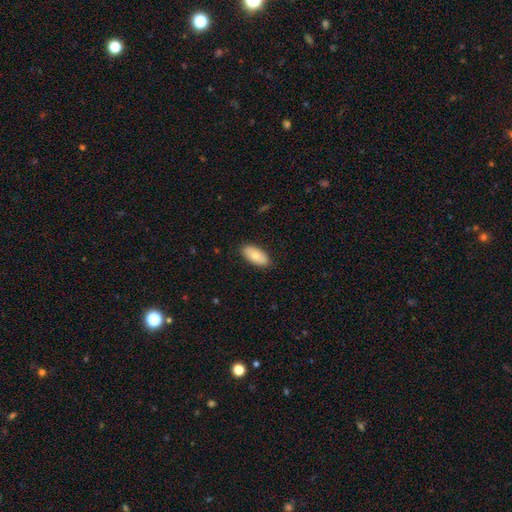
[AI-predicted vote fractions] Overall: smooth (75%). How rounded: in between (92%). Merging: none (87%).